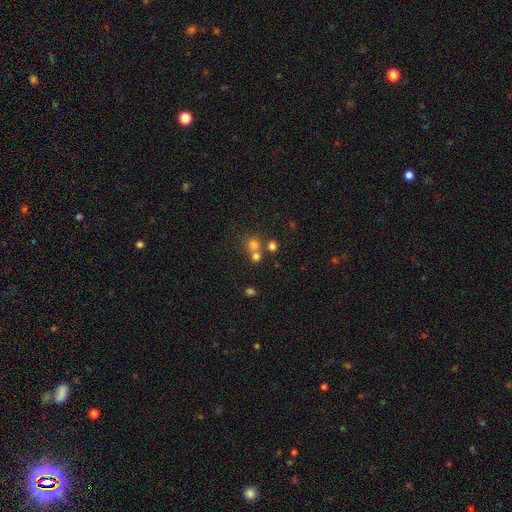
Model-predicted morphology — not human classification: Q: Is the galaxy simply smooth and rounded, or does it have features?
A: smooth — 52%.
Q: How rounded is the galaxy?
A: round — 78%.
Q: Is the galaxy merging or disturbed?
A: none — 47%.